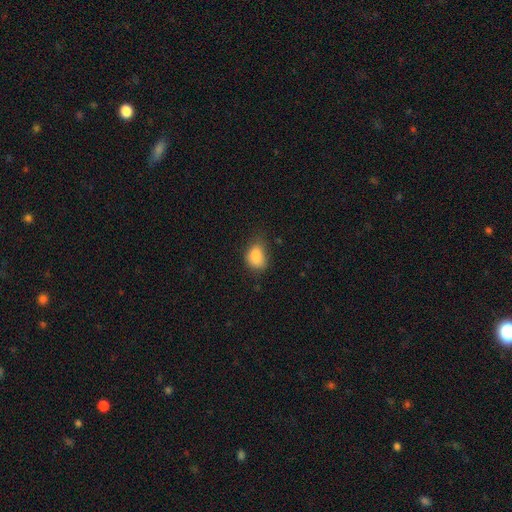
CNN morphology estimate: Smooth or featured: smooth — 85% (star or artifact — 9%)
How rounded: in between — 71% (round — 27%)
Merging: none — 53% (minor disturbance — 35%)